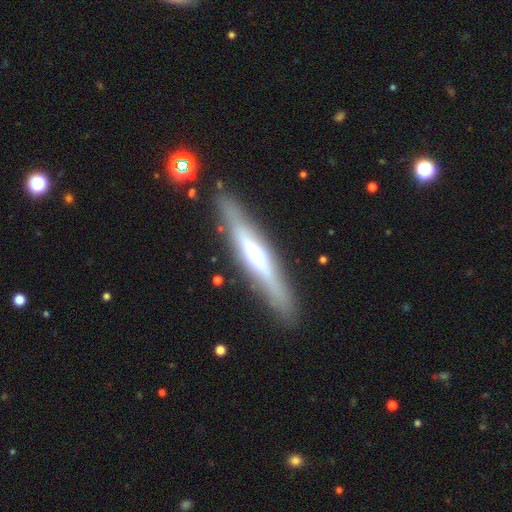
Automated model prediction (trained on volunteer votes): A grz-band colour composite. It shows a featured or disk galaxy (64%) viewed edge-on (90%) with a rounded central bulge (91%). Merging: none (86%).